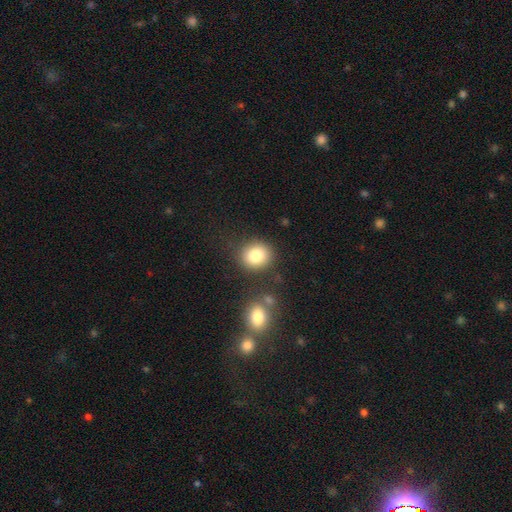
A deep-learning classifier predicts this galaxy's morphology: Overall: smooth (82%). How rounded: round (79%). Merging: none (81%).